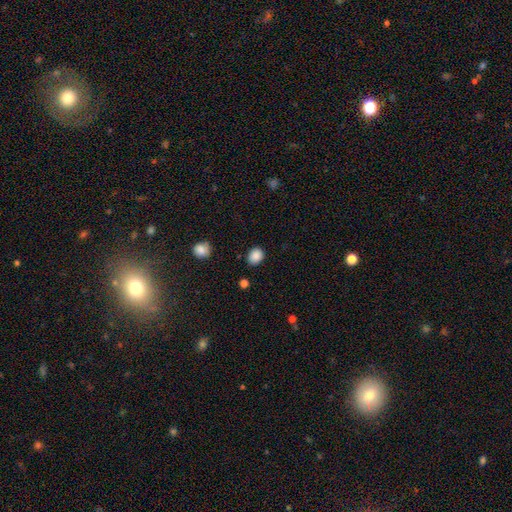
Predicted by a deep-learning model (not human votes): Morphology: type=smooth (87%); roundness=round (53%); merging=none (85%).